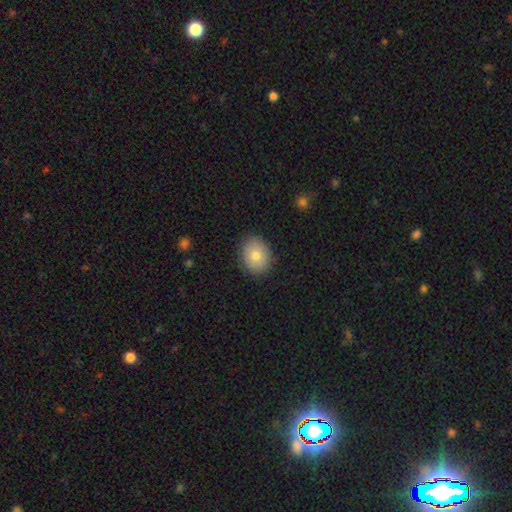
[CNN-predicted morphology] type=smooth (80%); roundness=round (50%); merging=none (88%).